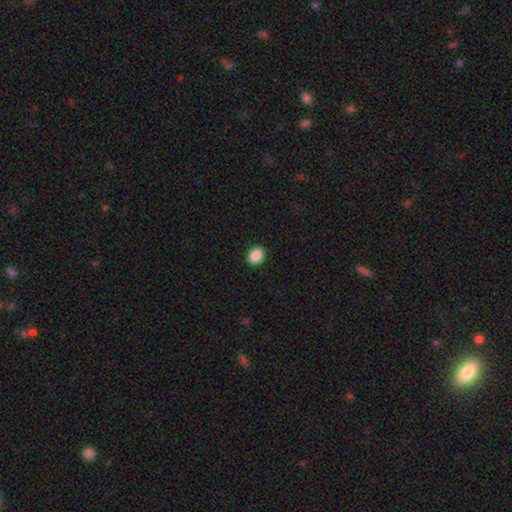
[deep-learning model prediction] This is clearly a smooth galaxy (89%). How rounded: possibly round (50%). Merging: clearly none (91%).